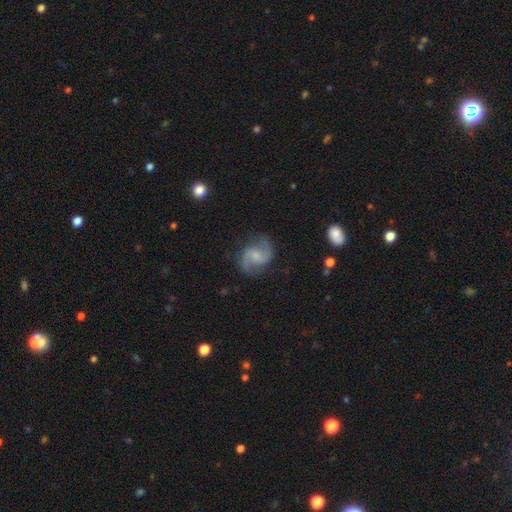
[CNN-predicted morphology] Smooth or featured? featured or disk (85%)
Edge-on disk? no (98%)
Bar? weak (55%)
Spiral arms? yes (97%)
Spiral winding? medium (49%)
Spiral arm count? 2 (93%)
Bulge size? small (37%)
Merging? none (79%)